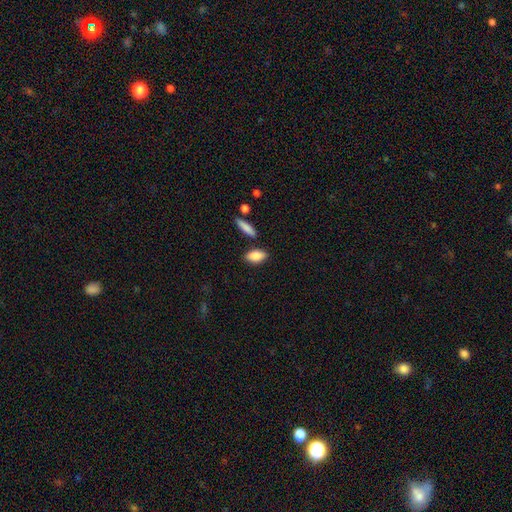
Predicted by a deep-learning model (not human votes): A smooth galaxy with no disk features (87%) that is in between round and cigar-shaped (88%). Merging: none (80%).